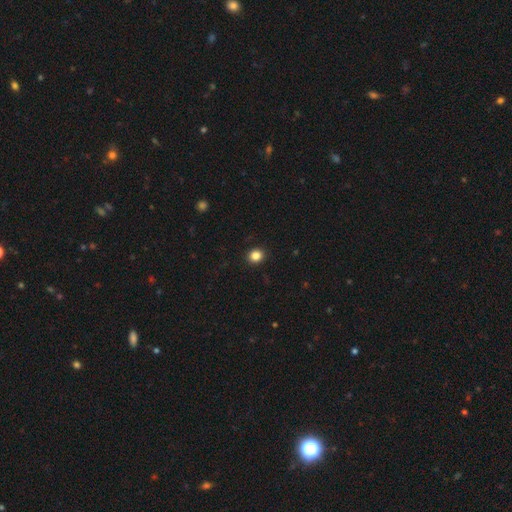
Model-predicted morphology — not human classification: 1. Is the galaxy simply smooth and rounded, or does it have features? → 85% smooth, 11% star or artifact, 4% featured or disk.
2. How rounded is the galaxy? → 79% round, 20% in between, 1% cigar-shaped.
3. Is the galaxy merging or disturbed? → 92% none, 5% minor disturbance, 2% major disturbance, 1% merger.